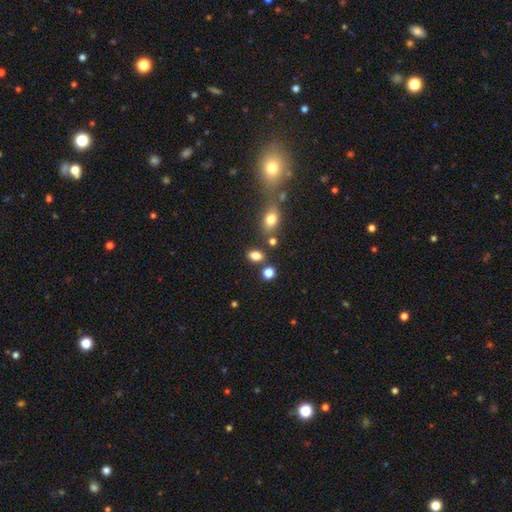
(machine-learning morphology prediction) type=smooth (82%); roundness=in between (77%); merging=none (73%).